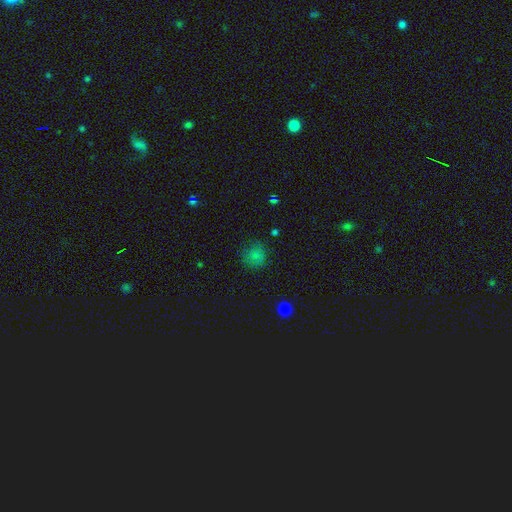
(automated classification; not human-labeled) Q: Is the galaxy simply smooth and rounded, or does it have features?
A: smooth — 77%.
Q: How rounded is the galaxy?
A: round — 86%.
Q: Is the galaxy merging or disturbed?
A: none — 74%.